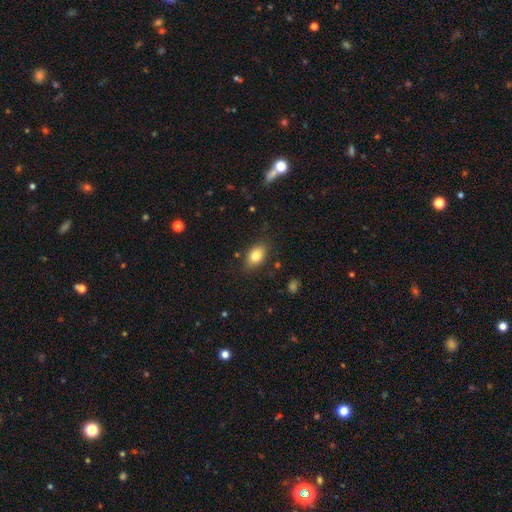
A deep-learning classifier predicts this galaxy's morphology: Smooth or featured?
  - smooth: 82% *
  - featured or disk: 10%
  - star or artifact: 8%
How rounded?
  - in between: 86% *
  - round: 12%
  - cigar-shaped: 2%
Merging?
  - none: 82% *
  - minor disturbance: 13%
  - major disturbance: 3%
  - merger: 2%